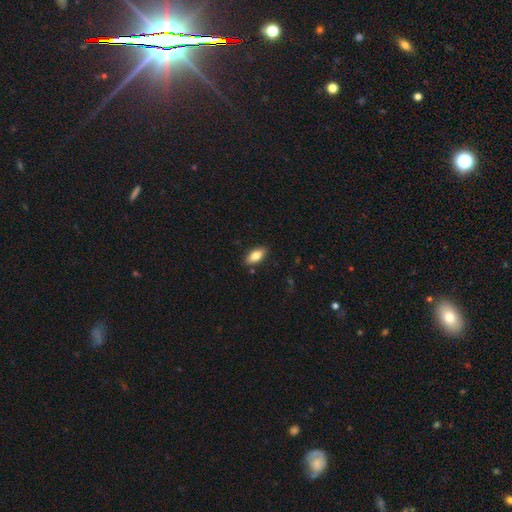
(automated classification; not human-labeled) This is likely a smooth galaxy (79%). How rounded: clearly in between (88%). Merging: clearly none (87%).